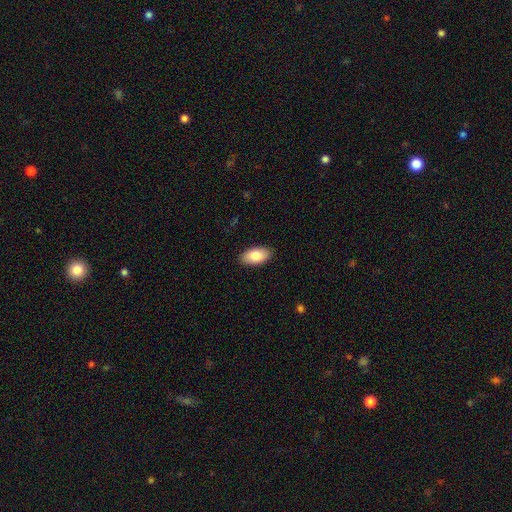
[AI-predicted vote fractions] Smooth or featured? smooth (84%)
How rounded? in between (95%)
Merging? none (89%)